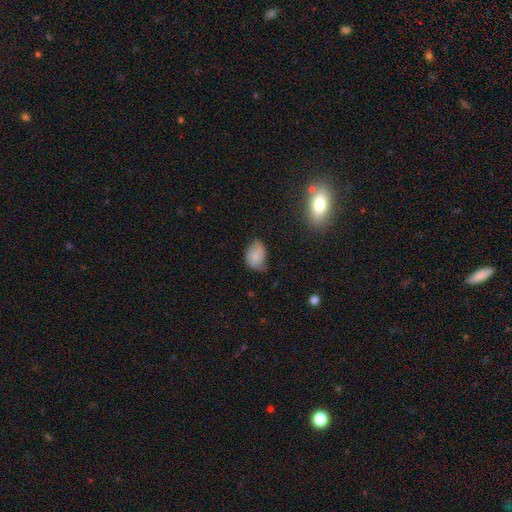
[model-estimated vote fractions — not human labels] This appears to be a smooth galaxy with no disk features (74%) that is in between round and cigar-shaped (77%). Merging: none (47%).